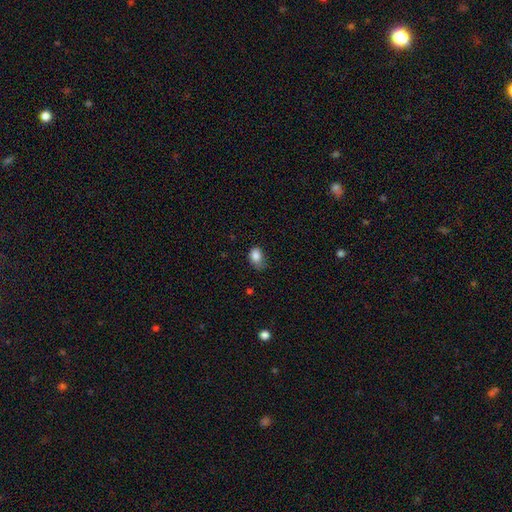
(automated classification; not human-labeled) This is clearly a smooth galaxy (85%). How rounded: likely in between (67%). Merging: marginally none (44%).